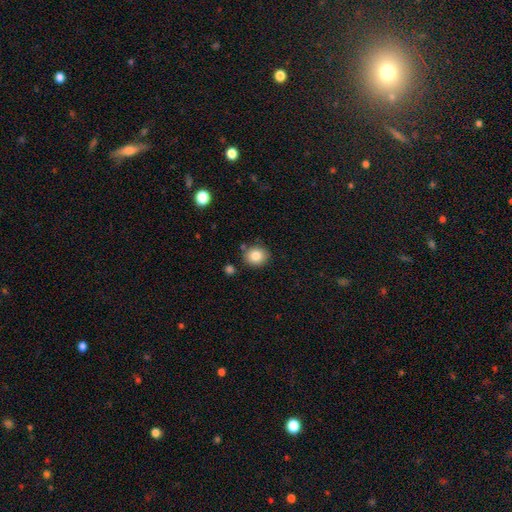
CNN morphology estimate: smooth-or-featured: smooth: 84% | star or artifact: 9% | featured or disk: 6%
  how-rounded: round: 76% | in between: 23% | cigar-shaped: 1%
  merging: none: 83% | minor disturbance: 10% | merger: 4% | major disturbance: 2%